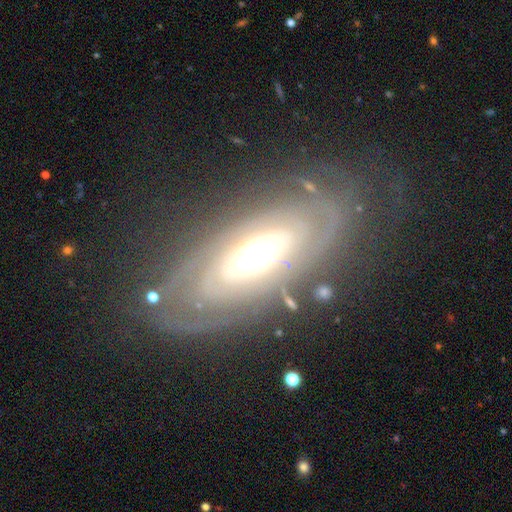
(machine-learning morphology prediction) Smooth or featured?
  - featured or disk: 81% *
  - smooth: 13%
  - star or artifact: 6%
Edge-on disk?
  - no: 86% *
  - yes: 14%
Bar?
  - no: 70% *
  - weak: 18%
  - strong: 11%
Spiral arms?
  - yes: 78% *
  - no: 22%
Spiral winding?
  - tight: 73% *
  - medium: 20%
  - loose: 7%
Spiral arm count?
  - can't tell: 49% *
  - 2: 22%
  - 3: 10%
  - 4: 6%
  - more than 4: 6%
  - 1: 6%
Bulge size?
  - moderate: 51% *
  - large: 36%
  - small: 7%
  - dominant: 5%
  - none: 1%
Merging?
  - none: 74% *
  - minor disturbance: 15%
  - major disturbance: 9%
  - merger: 2%